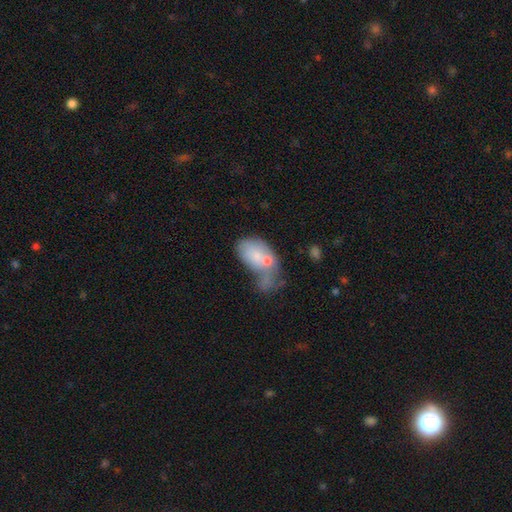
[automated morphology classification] This appears to be a smooth galaxy with no disk features (62%) that is in between round and cigar-shaped (87%). Merging: merger (58%).